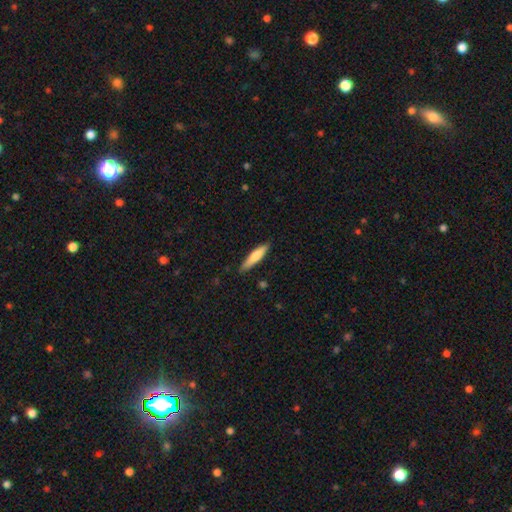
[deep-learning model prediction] Smooth or featured? smooth (69%)
How rounded? cigar-shaped (82%)
Merging? none (87%)